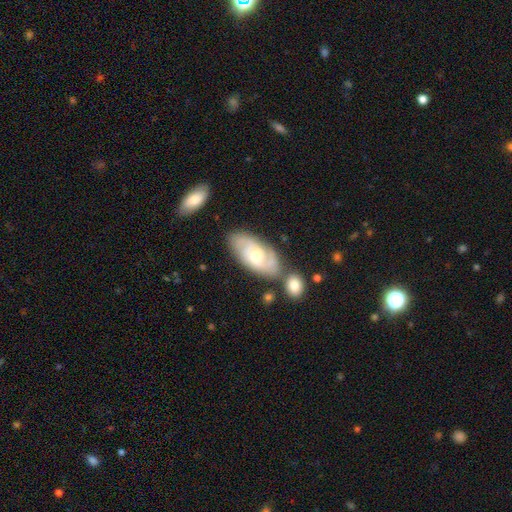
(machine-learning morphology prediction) featured or disk 70%, smooth 24%, star or artifact 6%. Down the decision tree: edge-on disk — no (93%); bar — no (57%); spiral arms — yes (92%); spiral arm count — 2 (47%); spiral winding — tight (46%); bulge size — moderate (64%); merging — none (64%).